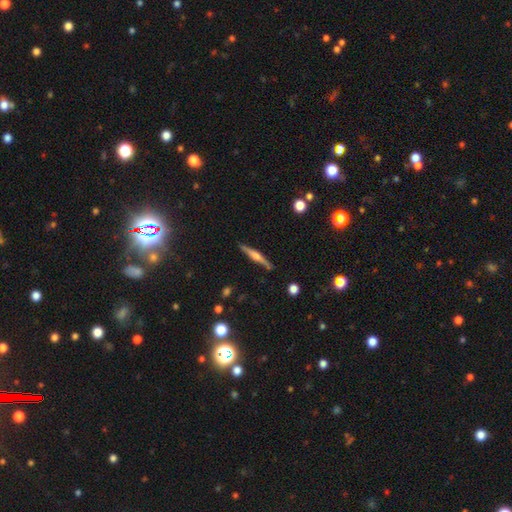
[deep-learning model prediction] The model was most divided on "smooth or featured": featured or disk: 69%, smooth: 25%, star or artifact: 7%. More confident: edge-on disk — yes (98%); merging — none (88%); edge-on bulge — rounded (75%).